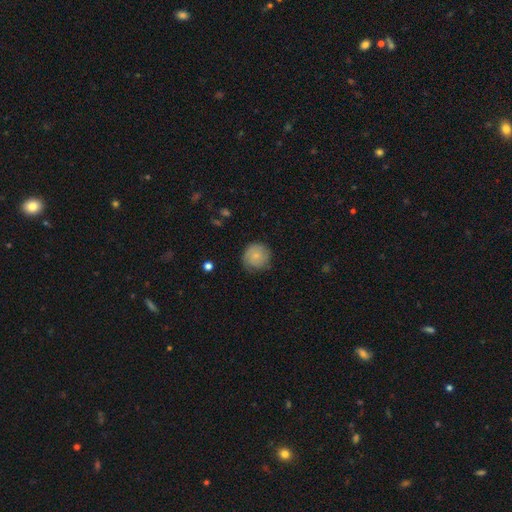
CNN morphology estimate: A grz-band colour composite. It shows a smooth galaxy with no disk features (71%) that is round (92%). Merging: none (72%).